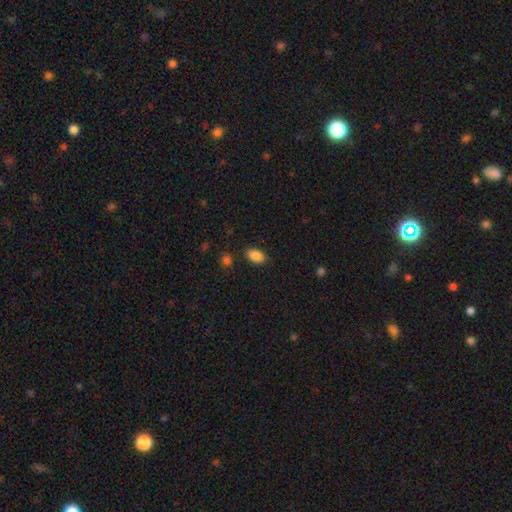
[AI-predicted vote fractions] smooth_or_featured: smooth (p=0.87) [alt: star or artifact p=0.09]
how_rounded: in between (p=0.89) [alt: round p=0.09]
merging: none (p=0.85) [alt: minor disturbance p=0.10]